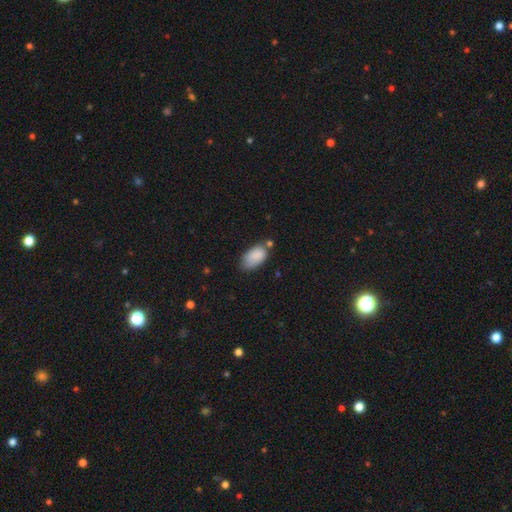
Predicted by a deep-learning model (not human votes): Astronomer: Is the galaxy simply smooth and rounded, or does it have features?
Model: smooth — 86%.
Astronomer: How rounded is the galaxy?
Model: in between — 93%.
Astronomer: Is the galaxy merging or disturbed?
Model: none — 54% (runner-up: minor disturbance, 31%).